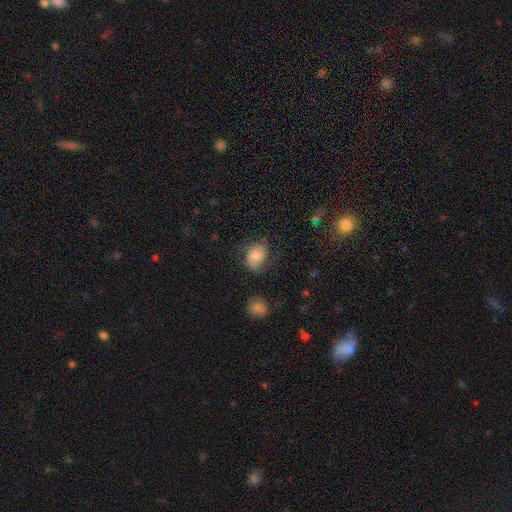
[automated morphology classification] The model was most divided on "how rounded": in between: 61%, round: 38%, cigar-shaped: 1%. More confident: smooth or featured — smooth (65%); merging — none (58%).